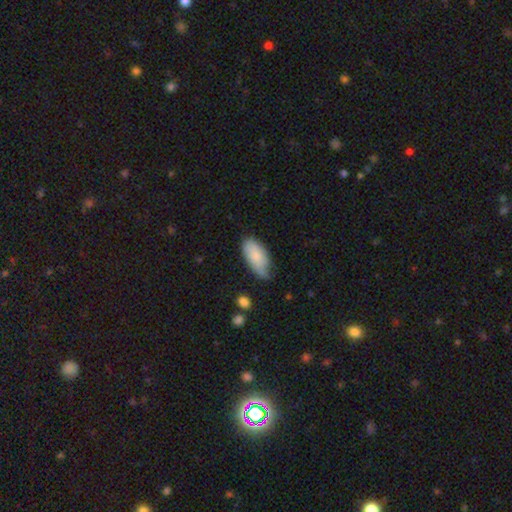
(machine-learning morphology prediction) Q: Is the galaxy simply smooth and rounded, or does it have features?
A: smooth — 79%.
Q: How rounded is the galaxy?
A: in between — 92%.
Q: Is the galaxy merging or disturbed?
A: none — 50%.